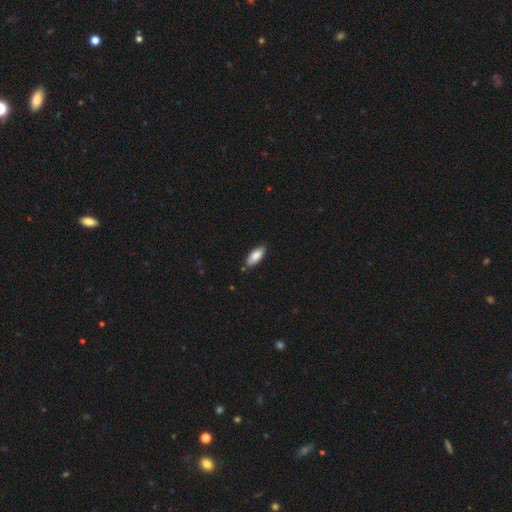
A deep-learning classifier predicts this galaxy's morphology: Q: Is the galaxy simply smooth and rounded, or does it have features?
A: smooth — 85%.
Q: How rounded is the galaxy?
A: in between — 80%.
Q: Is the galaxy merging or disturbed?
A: none — 82%.